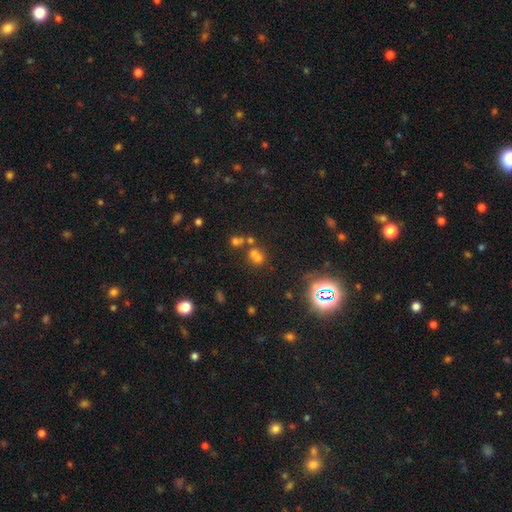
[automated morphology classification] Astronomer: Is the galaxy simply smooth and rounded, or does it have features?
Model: star or artifact — 50% (runner-up: smooth, 39%).